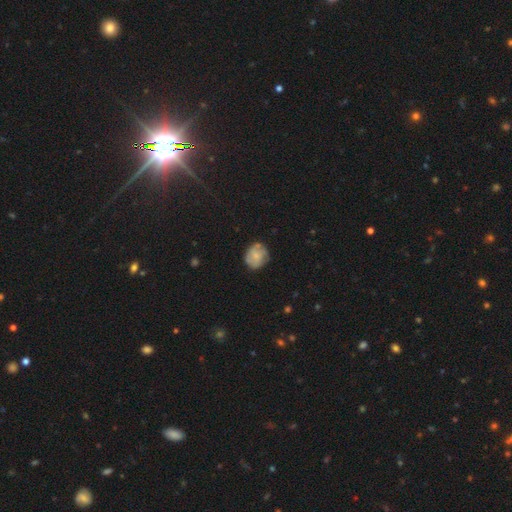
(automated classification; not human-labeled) Morphology: type=smooth (57%); roundness=round (73%); merging=none (66%).